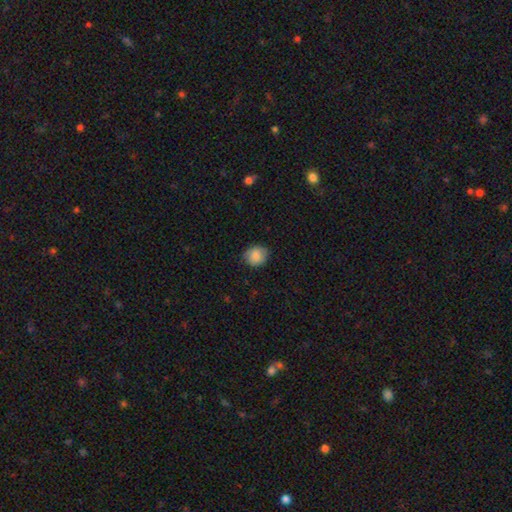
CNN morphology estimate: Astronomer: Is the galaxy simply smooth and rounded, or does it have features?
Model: smooth — 85%.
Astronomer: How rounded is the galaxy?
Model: round — 77%.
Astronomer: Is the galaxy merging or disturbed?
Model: none — 79%.